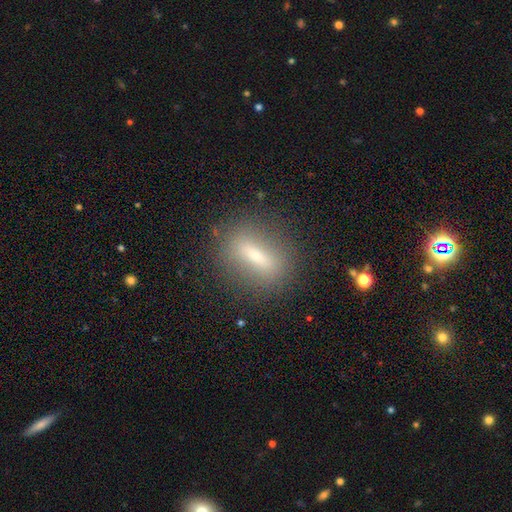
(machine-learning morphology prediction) smooth 52%, featured or disk 35%, star or artifact 12%. Down the decision tree: how rounded — in between (43%); merging — none (85%).